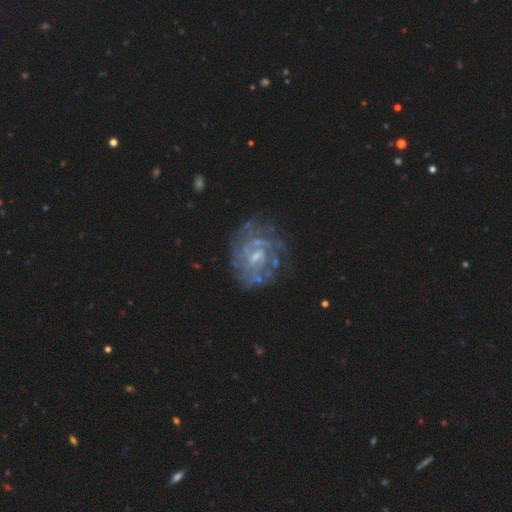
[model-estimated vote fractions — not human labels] Smooth or featured: featured or disk — 81% (smooth — 10%)
Edge-on disk: no — 98% (yes — 2%)
Bar: weak — 56% (no — 30%)
Spiral arms: yes — 79% (no — 21%)
Spiral winding: tight — 55% (medium — 32%)
Spiral arm count: can't tell — 53% (2 — 13%)
Bulge size: small — 50% (moderate — 31%)
Merging: none — 62% (minor disturbance — 19%)